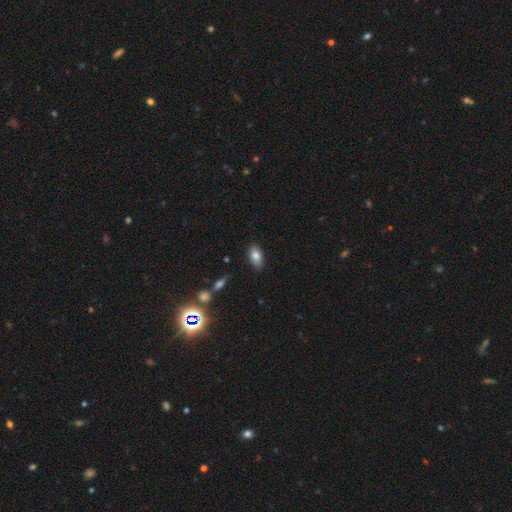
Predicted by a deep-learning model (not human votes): A smooth galaxy with no disk features (79%) that is in between round and cigar-shaped (90%). Merging: none (86%).